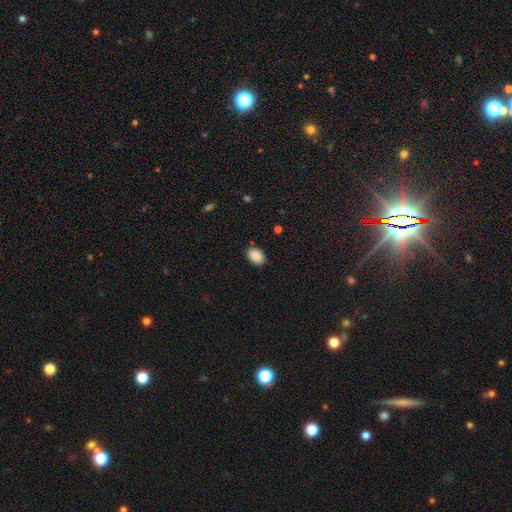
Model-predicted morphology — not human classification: A smooth galaxy with no disk features (88%) that is in between round and cigar-shaped (77%). Merging: none (84%).